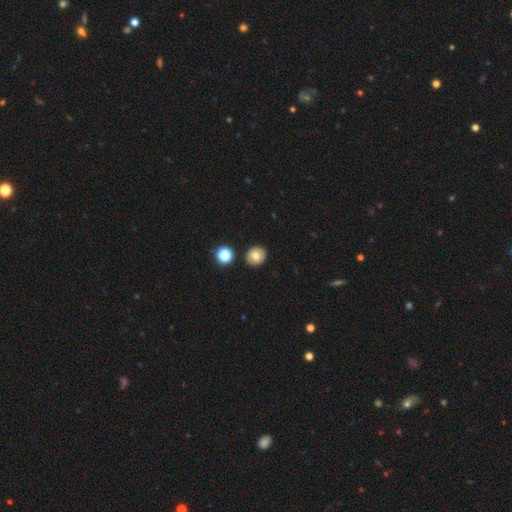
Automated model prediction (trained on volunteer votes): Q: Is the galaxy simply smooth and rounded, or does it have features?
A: smooth — 72%.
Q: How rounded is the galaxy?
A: round — 78%.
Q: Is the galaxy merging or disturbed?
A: none — 89%.